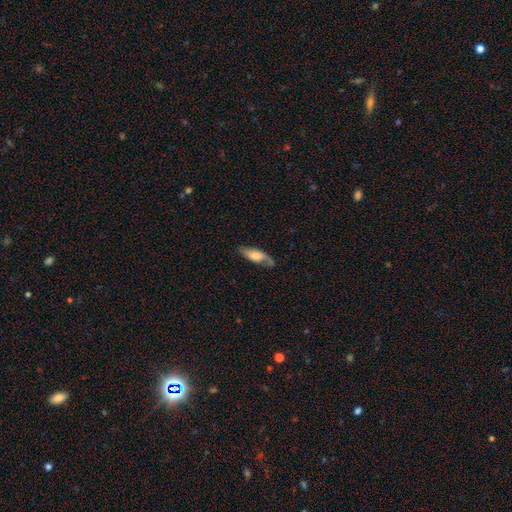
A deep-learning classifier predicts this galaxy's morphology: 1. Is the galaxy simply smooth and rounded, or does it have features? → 51% smooth, 42% featured or disk, 6% star or artifact.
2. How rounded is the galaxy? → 65% in between, 33% cigar-shaped, 3% round.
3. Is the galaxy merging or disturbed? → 65% none, 24% minor disturbance, 9% major disturbance, 2% merger.